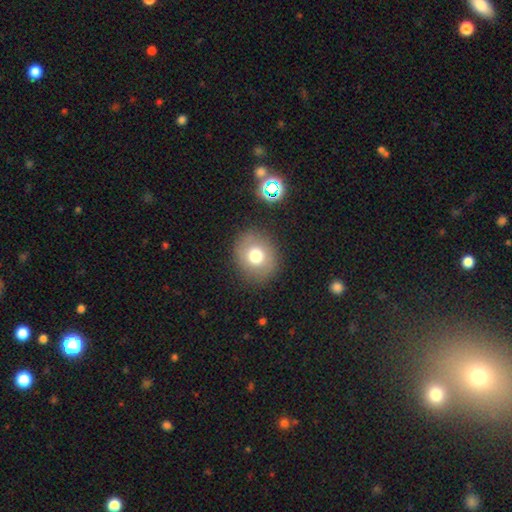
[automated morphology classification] A smooth galaxy with no disk features (72%) that is round (73%).

Vote fractions:
- Smooth or featured? smooth: 72% / featured or disk: 16% / star or artifact: 12%
- How rounded? round: 73% / in between: 27% / cigar-shaped: 1%
- Merging? none: 86% / minor disturbance: 9% / major disturbance: 4% / merger: 2%